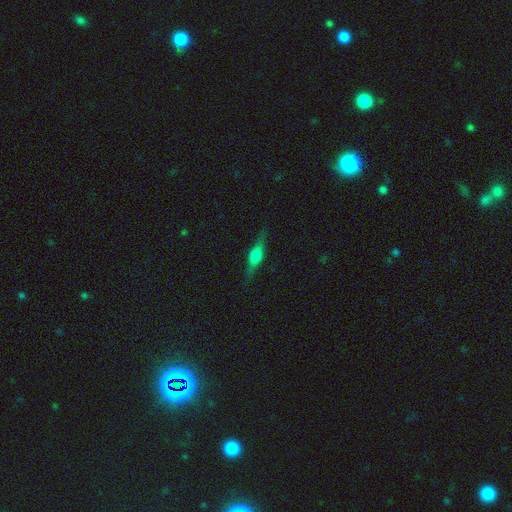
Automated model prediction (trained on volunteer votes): Smooth or featured?
  - featured or disk: 56% *
  - smooth: 36%
  - star or artifact: 8%
Edge-on disk?
  - yes: 94% *
  - no: 6%
Edge-on bulge?
  - rounded: 86% *
  - boxy: 11%
  - none: 3%
Merging?
  - none: 83% *
  - minor disturbance: 13%
  - major disturbance: 3%
  - merger: 1%